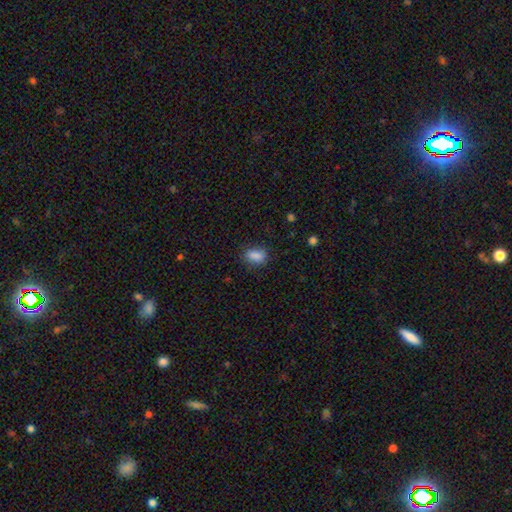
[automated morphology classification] Q: Smooth or featured?
A: smooth (87%); runner-up: star or artifact (9%)
Q: How rounded?
A: in between (85%); runner-up: round (12%)
Q: Merging?
A: none (78%); runner-up: minor disturbance (16%)